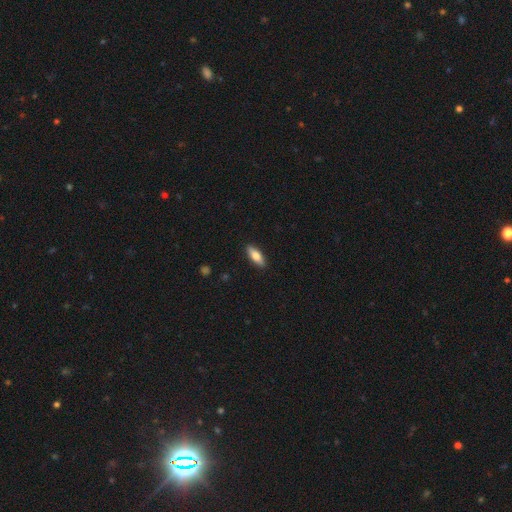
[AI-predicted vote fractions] A smooth galaxy with no disk features (73%) that is in between round and cigar-shaped (64%).

Vote fractions:
- Smooth or featured? smooth: 73% / featured or disk: 21% / star or artifact: 6%
- How rounded? in between: 64% / cigar-shaped: 34% / round: 2%
- Merging? none: 89% / minor disturbance: 8% / major disturbance: 2% / merger: 1%